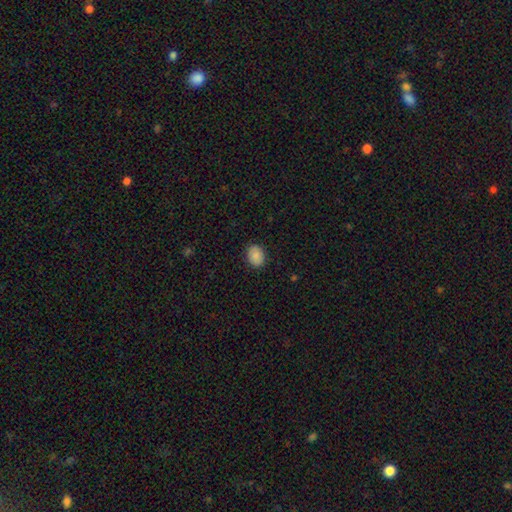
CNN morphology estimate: type=smooth (89%); roundness=in between (66%); merging=none (88%).